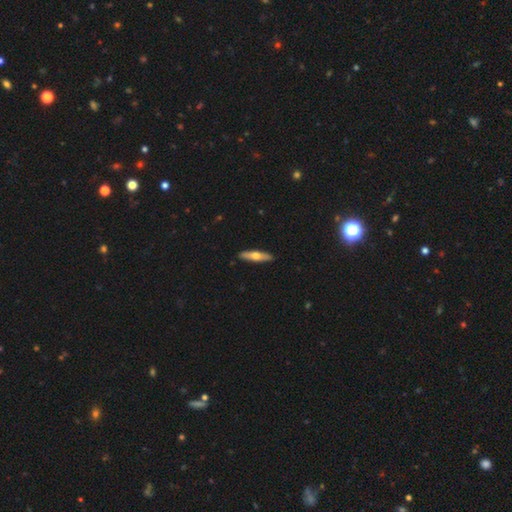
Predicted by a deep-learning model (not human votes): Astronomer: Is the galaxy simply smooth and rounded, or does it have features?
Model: smooth — 51% (runner-up: featured or disk, 44%).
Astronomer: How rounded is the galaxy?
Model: cigar-shaped — 78%.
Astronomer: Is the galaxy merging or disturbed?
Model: none — 91%.